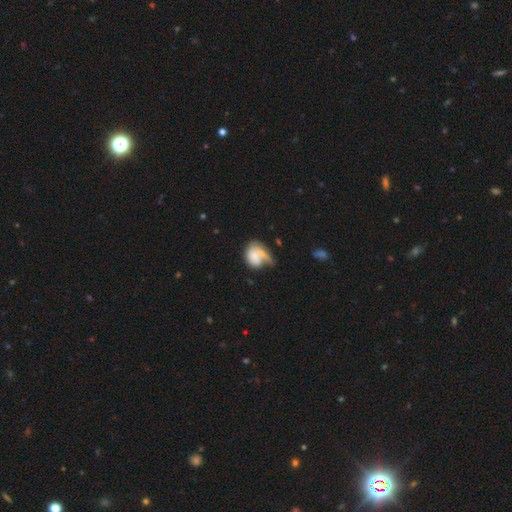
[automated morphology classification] Smooth or featured: smooth — 61% (featured or disk — 32%)
How rounded: in between — 58% (round — 41%)
Merging: major disturbance — 30% (none — 28%)